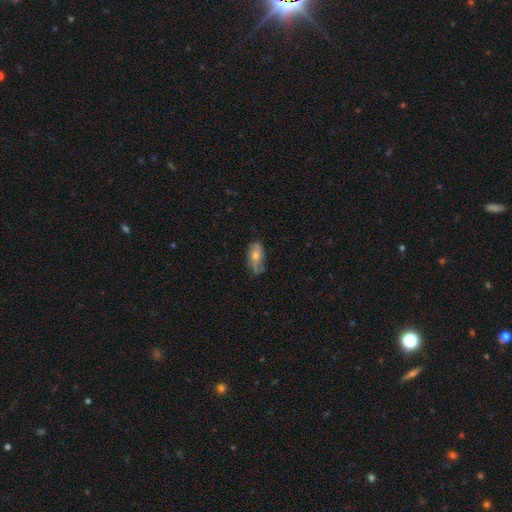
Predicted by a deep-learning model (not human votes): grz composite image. It shows a smooth galaxy with no disk features (46%, tied with featured or disk). Merging: none (57%).